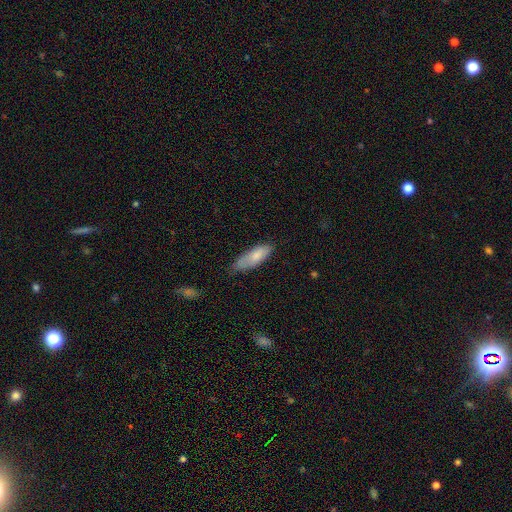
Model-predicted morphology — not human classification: Smooth or featured? Predicted: smooth (p=0.79). How rounded? Predicted: in between (p=0.64). Merging? Predicted: none (p=0.63).